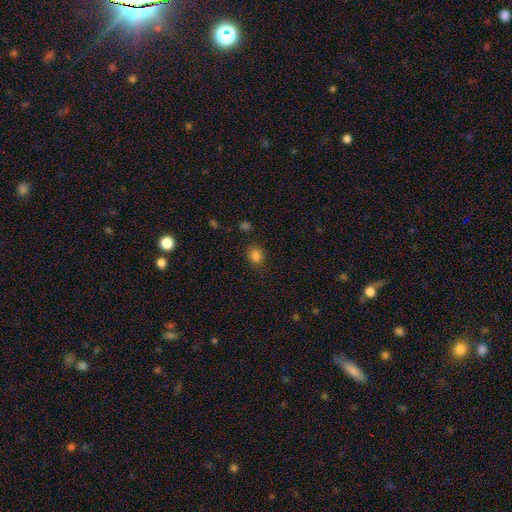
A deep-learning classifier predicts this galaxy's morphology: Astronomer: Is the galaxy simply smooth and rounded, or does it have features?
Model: smooth — 82%.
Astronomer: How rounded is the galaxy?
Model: round — 65%.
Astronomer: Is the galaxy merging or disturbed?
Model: none — 81%.